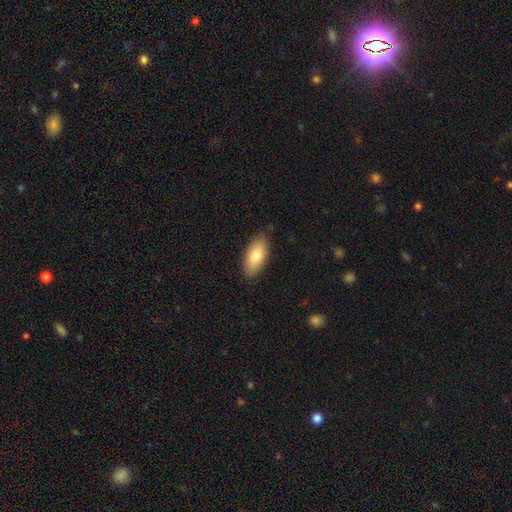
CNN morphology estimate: A smooth galaxy with no disk features (79%) that is in between round and cigar-shaped (88%). Merging: none (86%).